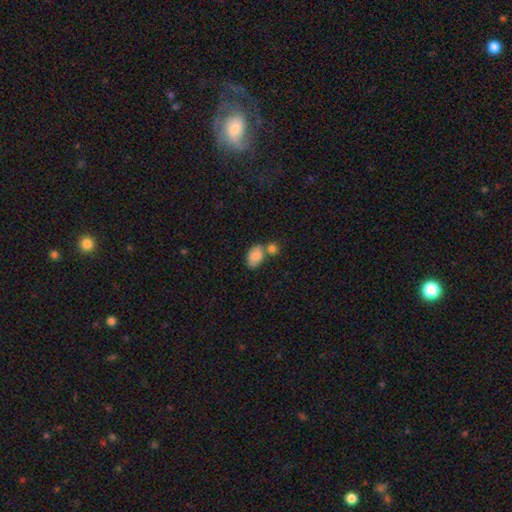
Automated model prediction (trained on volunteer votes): A smooth galaxy with no disk features (84%) that is in between round and cigar-shaped (87%).

Vote fractions:
- Smooth or featured? smooth: 84% / featured or disk: 8% / star or artifact: 7%
- How rounded? in between: 87% / round: 12% / cigar-shaped: 1%
- Merging? none: 41% / merger: 38% / minor disturbance: 15% / major disturbance: 5%